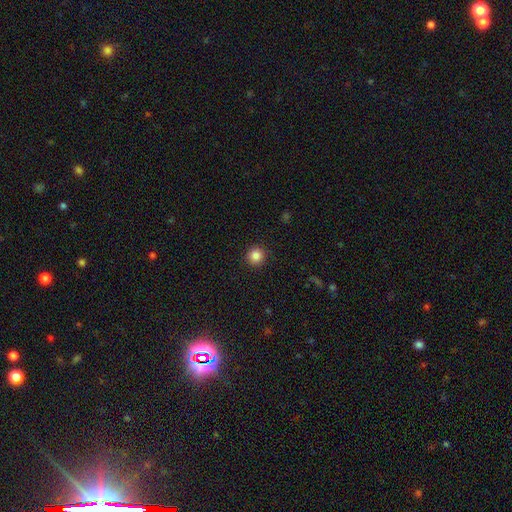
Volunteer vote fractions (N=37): This appears to be a smooth galaxy with no disk features (95%) that is round (97%). Merging: none (94%).